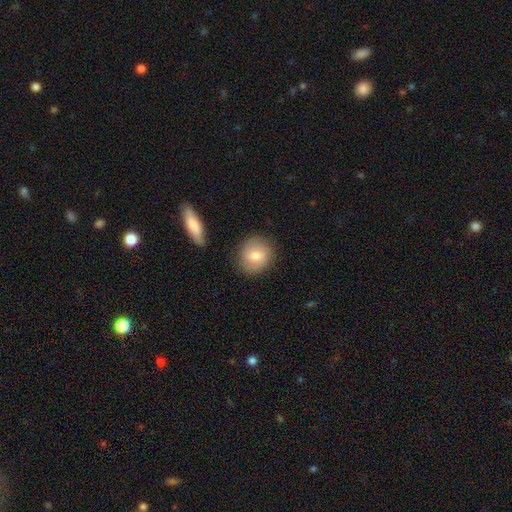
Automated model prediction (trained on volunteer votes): A smooth galaxy with no disk features (75%) that is round (85%). Merging: none (84%).